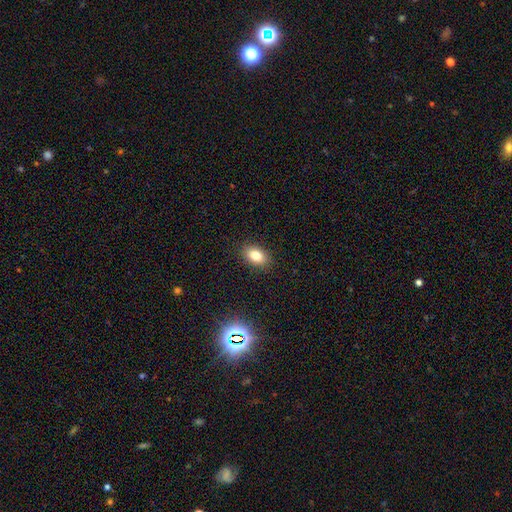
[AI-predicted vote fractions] A smooth galaxy with no disk features (81%) that is in between round and cigar-shaped (87%). Merging: none (88%).